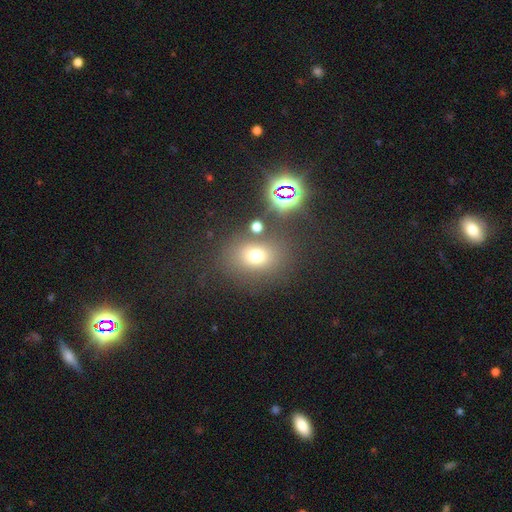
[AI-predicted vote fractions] smooth-or-featured: smooth: 68% | star or artifact: 20% | featured or disk: 12%
  how-rounded: in between: 51% | round: 48% | cigar-shaped: 1%
  merging: none: 72% | minor disturbance: 13% | merger: 9% | major disturbance: 7%